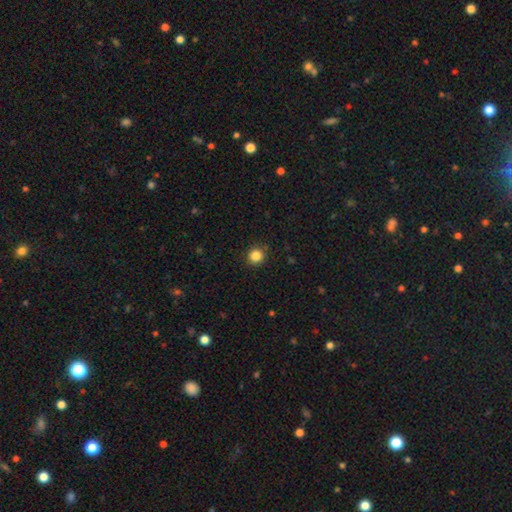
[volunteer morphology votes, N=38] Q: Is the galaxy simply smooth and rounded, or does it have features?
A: smooth — 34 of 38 (89%).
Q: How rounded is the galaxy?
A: round — 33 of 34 (97%).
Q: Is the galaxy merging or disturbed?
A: none — 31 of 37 (84%).